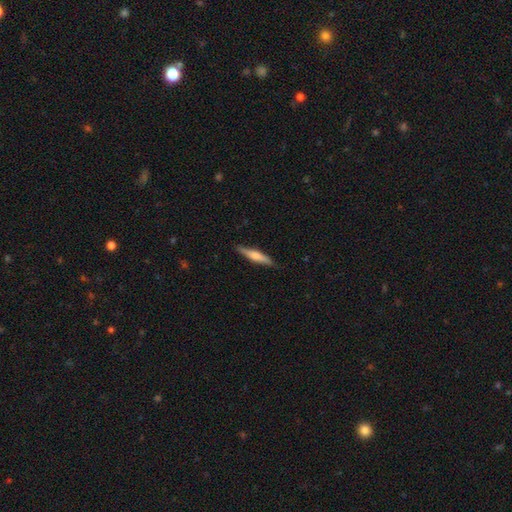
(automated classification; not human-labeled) Smooth or featured: smooth — 49% (featured or disk — 46%)
Merging: none — 87% (minor disturbance — 10%)